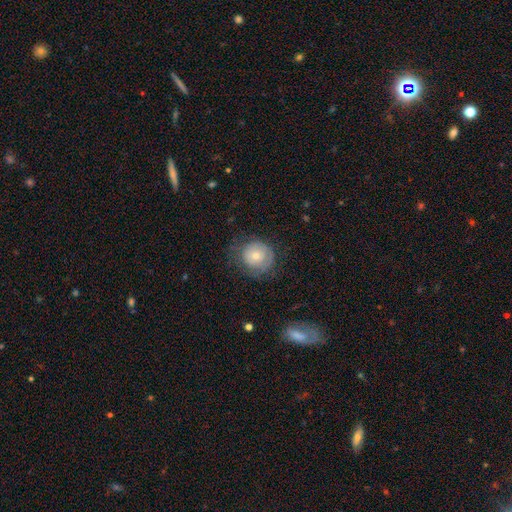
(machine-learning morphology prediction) This is likely a smooth galaxy (60%). How rounded: clearly round (87%). Merging: likely none (63%).